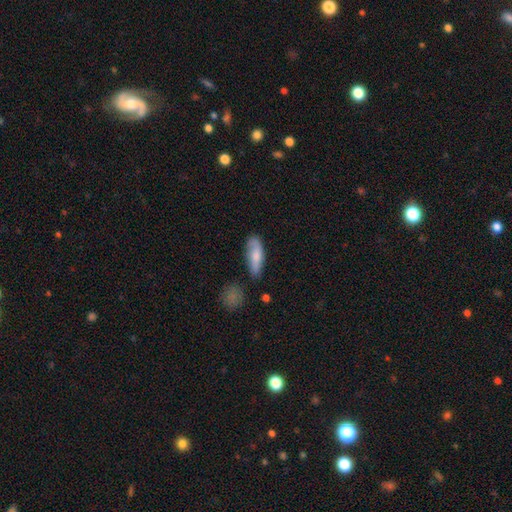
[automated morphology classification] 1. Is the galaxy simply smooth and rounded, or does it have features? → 71% smooth, 23% featured or disk, 6% star or artifact.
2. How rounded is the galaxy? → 61% in between, 36% cigar-shaped, 3% round.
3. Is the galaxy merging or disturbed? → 68% none, 22% minor disturbance, 6% major disturbance, 5% merger.